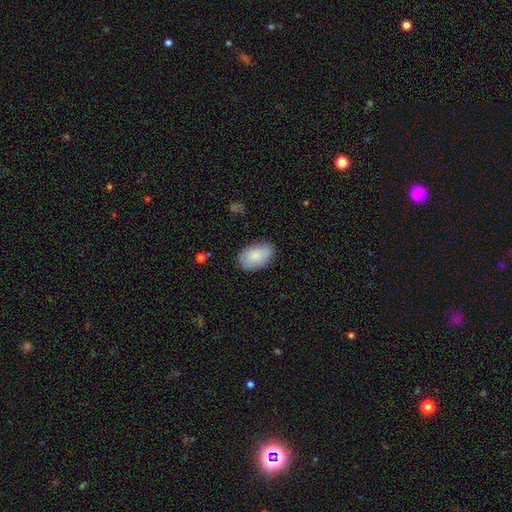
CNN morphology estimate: A smooth galaxy with no disk features (79%) that is in between round and cigar-shaped (91%).

Vote fractions:
- Smooth or featured? smooth: 79% / featured or disk: 14% / star or artifact: 6%
- How rounded? in between: 91% / round: 7% / cigar-shaped: 1%
- Merging? none: 81% / minor disturbance: 15% / major disturbance: 3% / merger: 1%